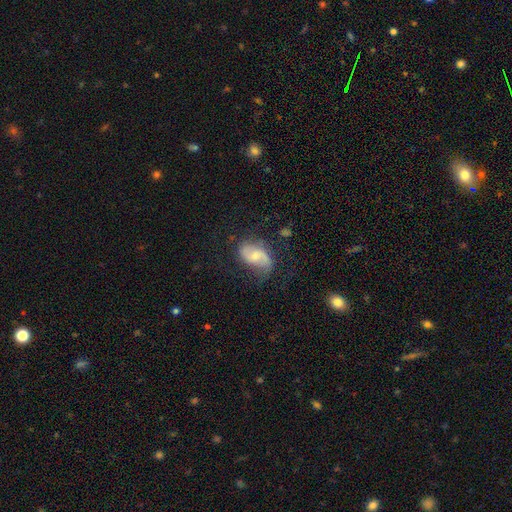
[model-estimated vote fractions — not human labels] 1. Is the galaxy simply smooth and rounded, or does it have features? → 68% featured or disk, 24% smooth, 7% star or artifact.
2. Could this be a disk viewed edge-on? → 97% no, 3% yes.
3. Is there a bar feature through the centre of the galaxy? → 49% no, 41% weak, 10% strong.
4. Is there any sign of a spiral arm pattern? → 91% yes, 9% no.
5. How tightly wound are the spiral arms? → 57% loose, 33% medium, 10% tight.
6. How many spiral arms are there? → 85% 2, 6% can't tell, 6% 1, 1% 3, 1% 4, 1% more than 4.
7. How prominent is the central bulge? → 45% moderate, 42% small, 7% none, 5% large, 1% dominant.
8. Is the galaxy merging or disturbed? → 62% none, 23% minor disturbance, 13% major disturbance, 2% merger.